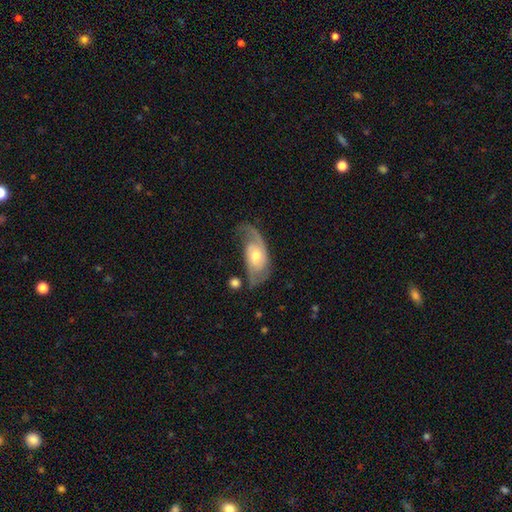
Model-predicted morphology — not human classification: A featured or disk galaxy (79%) with no bar (66%), 2 (73%) medium (44%) spiral arms (93%) and a moderate central bulge (64%).

Vote fractions:
- Smooth or featured? featured or disk: 79% / smooth: 15% / star or artifact: 5%
- Edge-on disk? no: 94% / yes: 6%
- Bar? no: 66% / weak: 28% / strong: 6%
- Spiral arms? yes: 93% / no: 7%
- Spiral winding? medium: 44% / loose: 32% / tight: 24%
- Spiral arm count? 2: 73% / 1: 15% / can't tell: 8% / 3: 2% / 4: 1% / more than 4: 1%
- Bulge size? moderate: 64% / small: 27% / large: 6% / none: 1% / dominant: 1%
- Merging? none: 58% / minor disturbance: 22% / major disturbance: 16% / merger: 4%